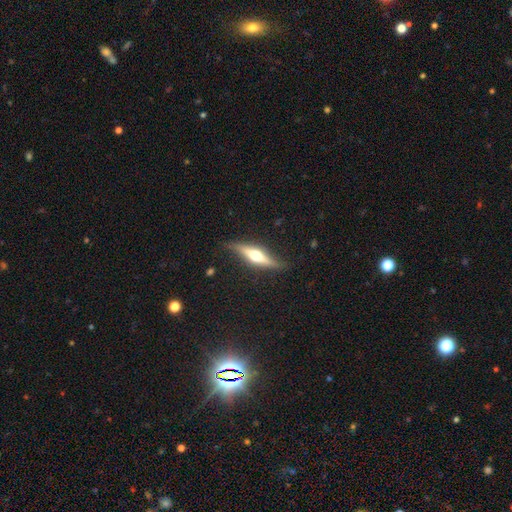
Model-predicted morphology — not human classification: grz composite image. It shows a featured or disk galaxy (69%) viewed edge-on (94%) with a rounded central bulge (94%). Merging: none (83%).